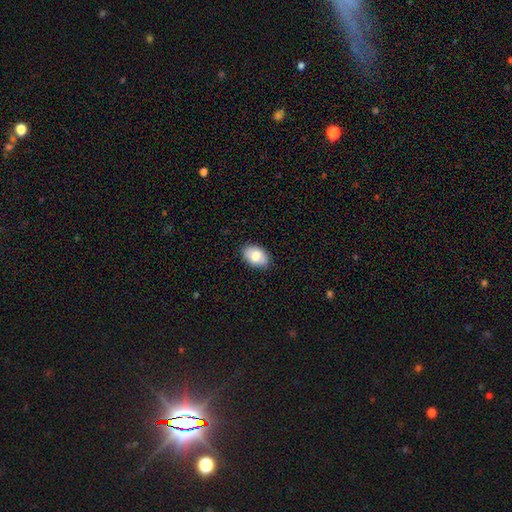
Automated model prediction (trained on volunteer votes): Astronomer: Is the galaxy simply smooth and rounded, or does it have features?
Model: smooth — 78%.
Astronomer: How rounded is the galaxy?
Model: in between — 88%.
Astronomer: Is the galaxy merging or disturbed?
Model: none — 87%.